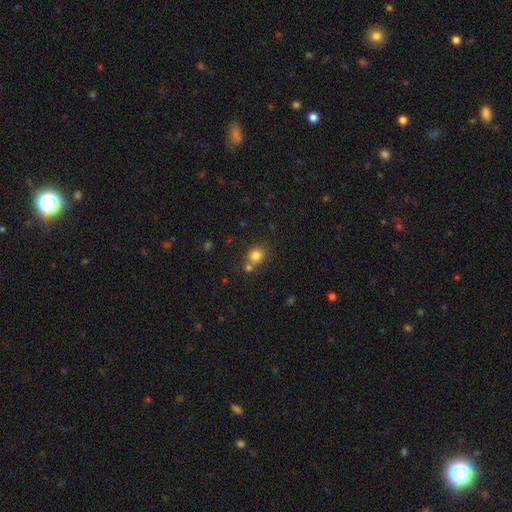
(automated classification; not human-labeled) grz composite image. It shows a smooth galaxy with no disk features (81%) that is round (74%). Merging: none (58%).